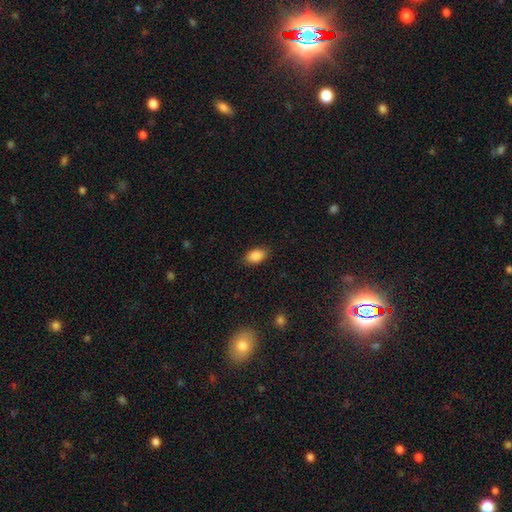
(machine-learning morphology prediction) Q: Smooth or featured?
A: smooth (88%); runner-up: star or artifact (8%)
Q: How rounded?
A: in between (91%); runner-up: round (7%)
Q: Merging?
A: none (85%); runner-up: minor disturbance (11%)